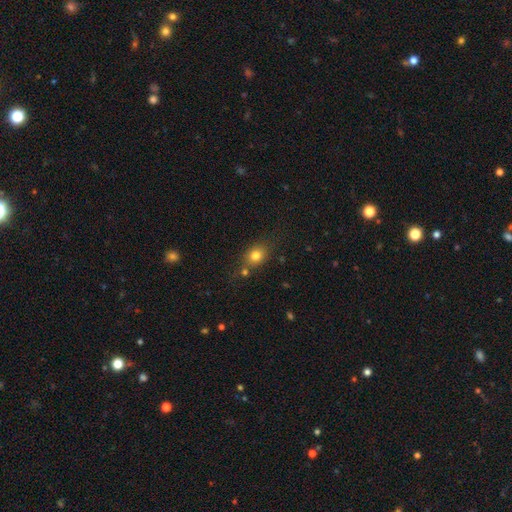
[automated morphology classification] A smooth galaxy with no disk features (78%) that is round (54%).

Vote fractions:
- Smooth or featured? smooth: 78% / star or artifact: 12% / featured or disk: 10%
- How rounded? round: 54% / in between: 45% / cigar-shaped: 2%
- Merging? none: 67% / minor disturbance: 15% / merger: 13% / major disturbance: 5%